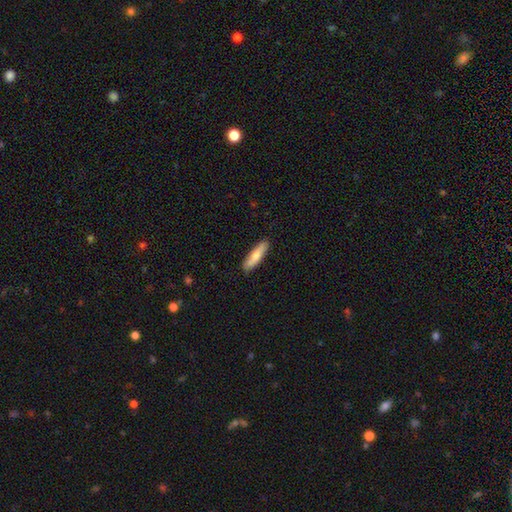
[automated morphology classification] A smooth galaxy with no disk features (74%) that is cigar-shaped (73%).

Vote fractions:
- Smooth or featured? smooth: 74% / featured or disk: 21% / star or artifact: 5%
- How rounded? cigar-shaped: 73% / in between: 26% / round: 2%
- Merging? none: 89% / minor disturbance: 9% / major disturbance: 2% / merger: 1%